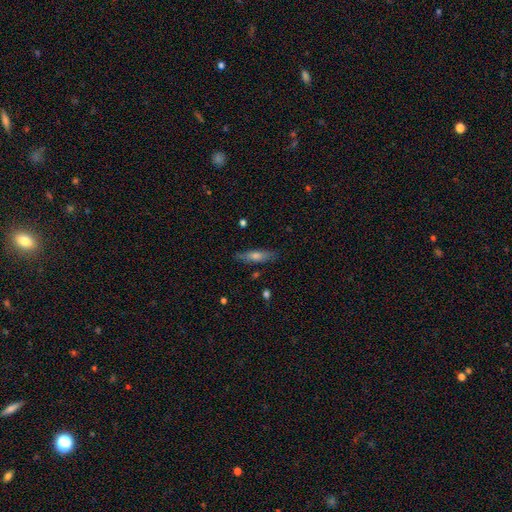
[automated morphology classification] Overall: smooth (51%; featured or disk 40%). How rounded: cigar-shaped (73%). Merging: none (83%).